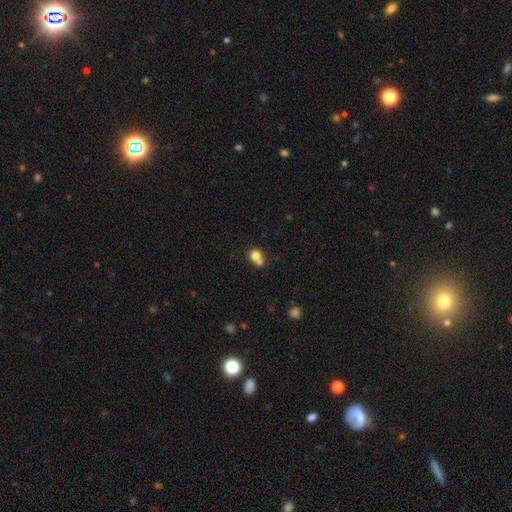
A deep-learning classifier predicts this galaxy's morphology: smooth_or_featured: smooth (p=0.76) [alt: featured or disk p=0.13]
how_rounded: round (p=0.72) [alt: in between p=0.27]
merging: merger (p=0.50) [alt: none p=0.35]